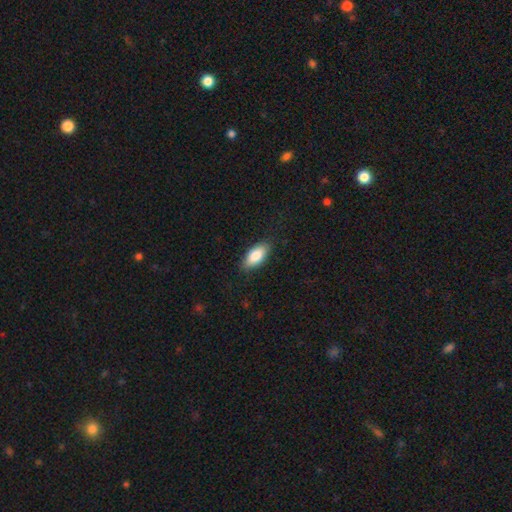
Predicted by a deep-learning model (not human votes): Smooth or featured: smooth — 83% (featured or disk — 12%)
How rounded: in between — 87% (cigar-shaped — 11%)
Merging: none — 85% (minor disturbance — 11%)